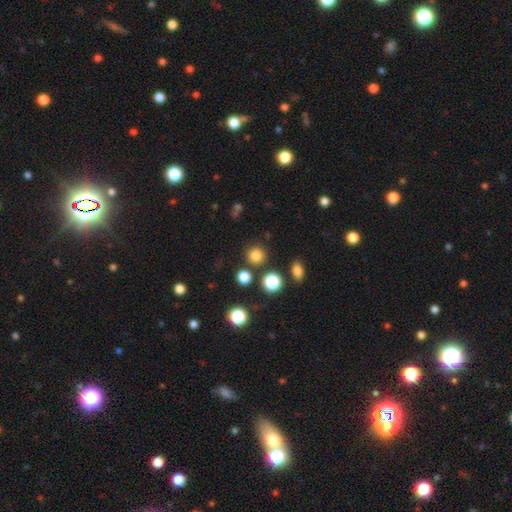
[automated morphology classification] Smooth or featured: smooth — 81% (star or artifact — 15%)
How rounded: round — 93% (in between — 6%)
Merging: none — 85% (minor disturbance — 7%)